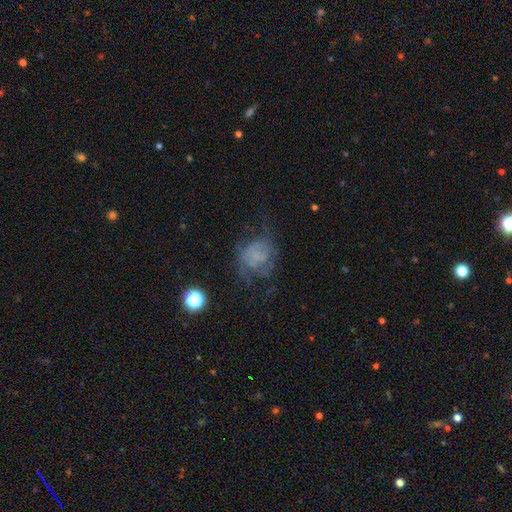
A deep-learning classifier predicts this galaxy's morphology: The model was most divided on "smooth or featured": featured or disk: 46%, smooth: 36%, star or artifact: 18%. Remaining: merging — none (44%).